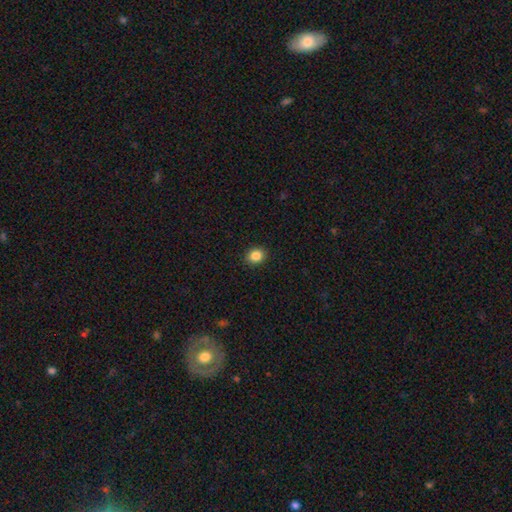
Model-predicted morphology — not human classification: Smooth or featured? smooth (86%)
How rounded? round (60%)
Merging? none (90%)